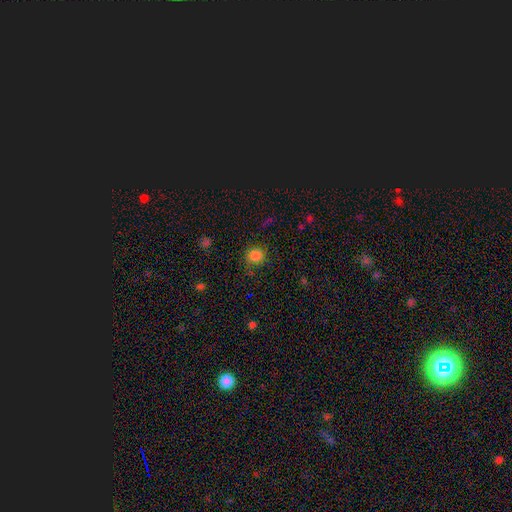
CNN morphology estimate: smooth 82%, star or artifact 14%, featured or disk 5%. Down the decision tree: how rounded — round (85%); merging — none (82%).